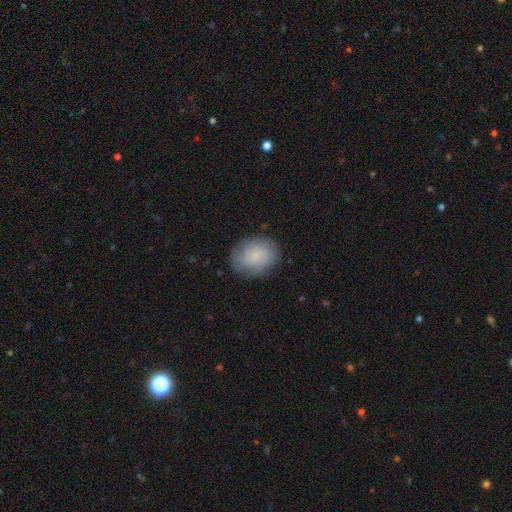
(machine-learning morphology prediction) A smooth galaxy with no disk features (65%) that is in between round and cigar-shaped (53%).

Vote fractions:
- Smooth or featured? smooth: 65% / featured or disk: 27% / star or artifact: 8%
- How rounded? in between: 53% / round: 46% / cigar-shaped: 1%
- Merging? none: 80% / minor disturbance: 15% / major disturbance: 5% / merger: 1%